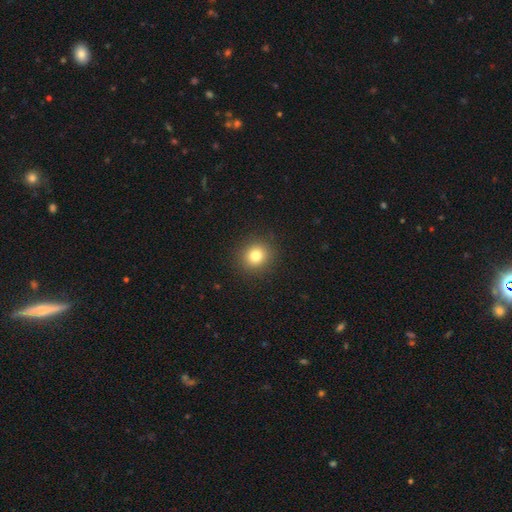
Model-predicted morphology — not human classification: Overall: smooth (80%). How rounded: round (85%). Merging: none (91%).